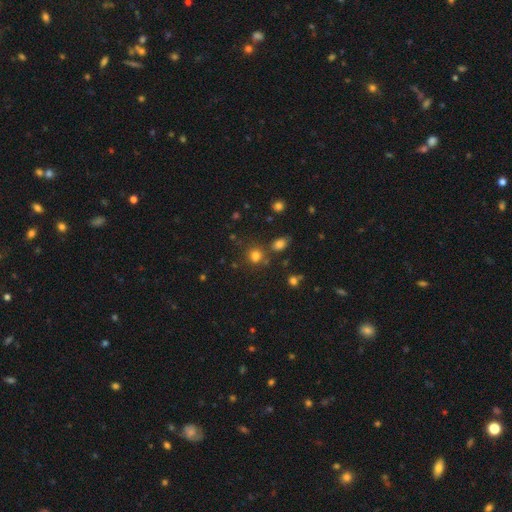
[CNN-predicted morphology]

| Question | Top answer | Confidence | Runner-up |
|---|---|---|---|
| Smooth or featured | smooth | 77% | star or artifact (17%) |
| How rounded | round | 75% | in between (24%) |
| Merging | none | 71% | merger (14%) |